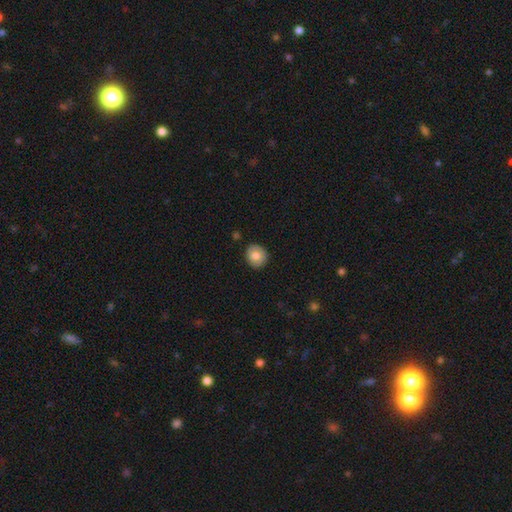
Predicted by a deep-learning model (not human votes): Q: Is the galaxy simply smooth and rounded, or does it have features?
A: smooth — 75%.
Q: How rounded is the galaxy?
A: round — 82%.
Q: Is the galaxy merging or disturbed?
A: none — 87%.